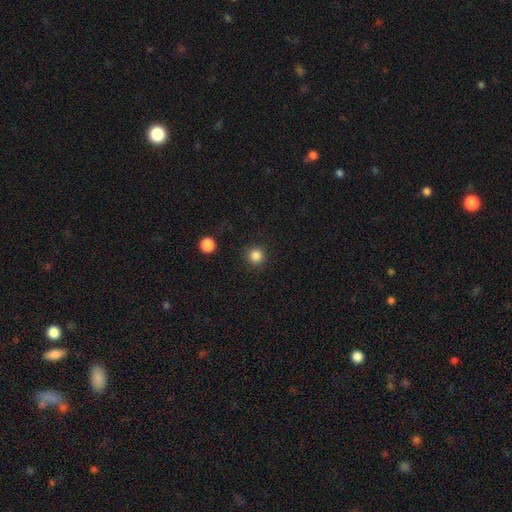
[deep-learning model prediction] Smooth or featured? smooth (85%)
How rounded? round (95%)
Merging? none (91%)